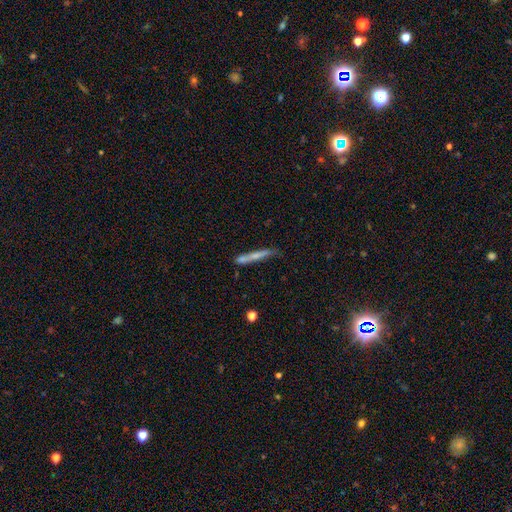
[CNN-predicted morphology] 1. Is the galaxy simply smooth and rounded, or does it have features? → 60% smooth, 34% featured or disk, 7% star or artifact.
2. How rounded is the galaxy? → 95% cigar-shaped, 4% in between, 1% round.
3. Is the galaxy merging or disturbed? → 65% none, 22% minor disturbance, 8% merger, 6% major disturbance.